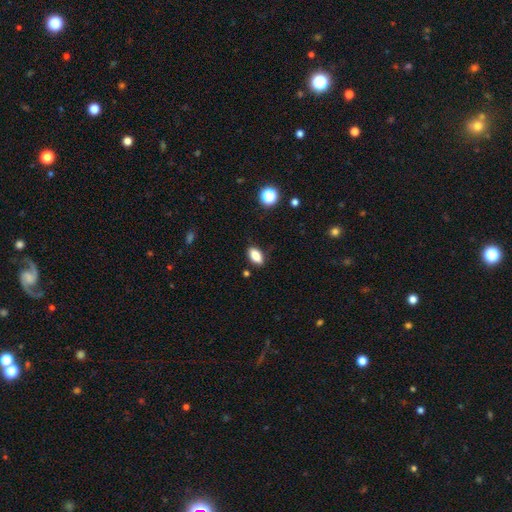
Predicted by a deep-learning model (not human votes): smooth-or-featured: smooth: 84% | star or artifact: 9% | featured or disk: 7%
  how-rounded: in between: 88% | cigar-shaped: 7% | round: 5%
  merging: none: 85% | minor disturbance: 11% | major disturbance: 2% | merger: 1%